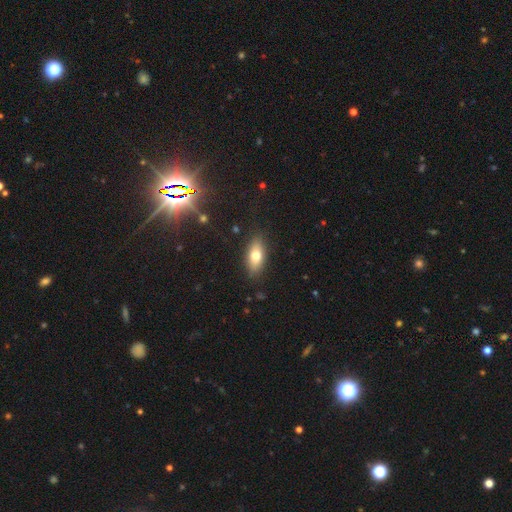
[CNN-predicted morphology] smooth-or-featured: smooth: 70% | featured or disk: 21% | star or artifact: 8%
  how-rounded: in between: 80% | cigar-shaped: 15% | round: 5%
  merging: none: 86% | minor disturbance: 10% | major disturbance: 2% | merger: 1%